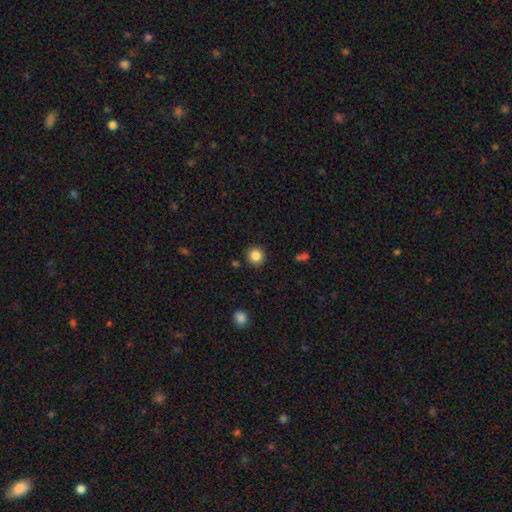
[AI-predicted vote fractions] Smooth or featured? smooth (85%)
How rounded? round (94%)
Merging? none (90%)